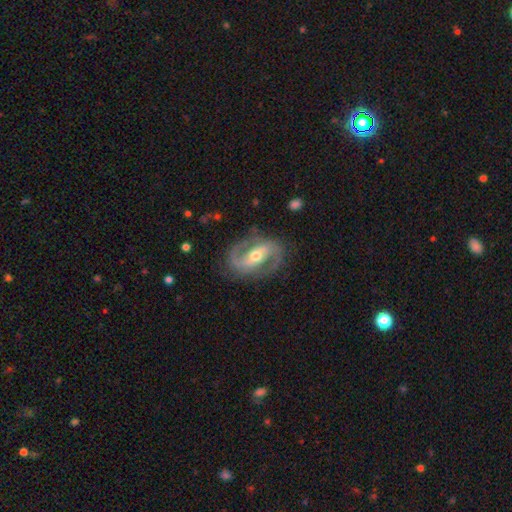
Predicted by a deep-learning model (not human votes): A featured or disk galaxy (90%) with a strong bar (48%), 2 (92%) medium (53%) spiral arms (96%) and a moderate central bulge (61%).

Vote fractions:
- Smooth or featured? featured or disk: 90% / smooth: 5% / star or artifact: 5%
- Edge-on disk? no: 97% / yes: 3%
- Bar? strong: 48% / weak: 33% / no: 19%
- Spiral arms? yes: 96% / no: 4%
- Spiral winding? medium: 53% / tight: 27% / loose: 20%
- Spiral arm count? 2: 92% / can't tell: 3% / 1: 2% / 3: 1% / 4: 1% / more than 4: 1%
- Bulge size? moderate: 61% / small: 34% / large: 3% / none: 1% / dominant: 1%
- Merging? none: 82% / minor disturbance: 12% / major disturbance: 5% / merger: 1%